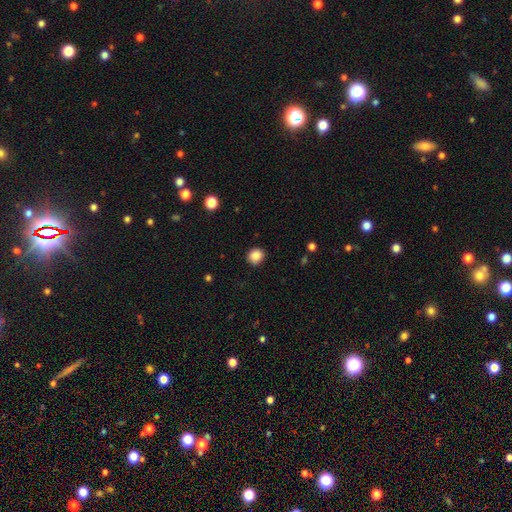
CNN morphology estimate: The model was most divided on "how rounded": round: 86%, in between: 13%, cigar-shaped: 1%. More confident: merging — none (89%); smooth or featured — smooth (87%).